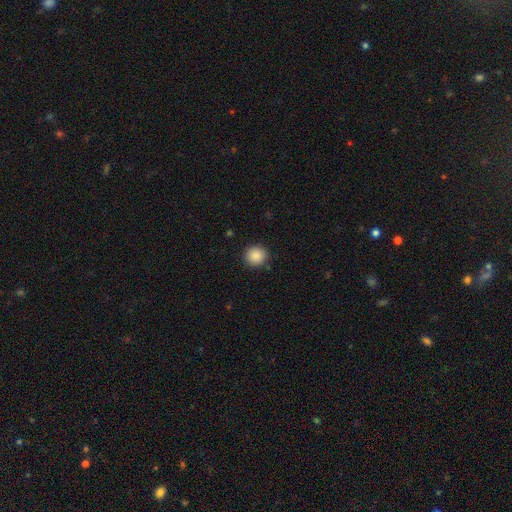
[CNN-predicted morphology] Smooth or featured: smooth — 88% (star or artifact — 9%)
How rounded: round — 90% (in between — 9%)
Merging: none — 91% (minor disturbance — 6%)